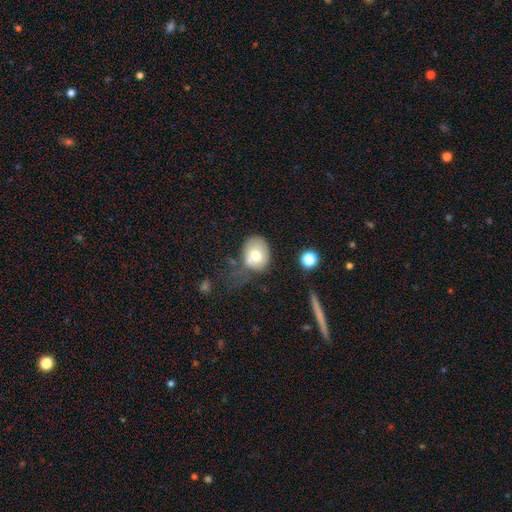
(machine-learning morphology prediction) Smooth or featured? Predicted: smooth (p=0.69). How rounded? Predicted: round (p=0.51). Merging? Predicted: none (p=0.38).